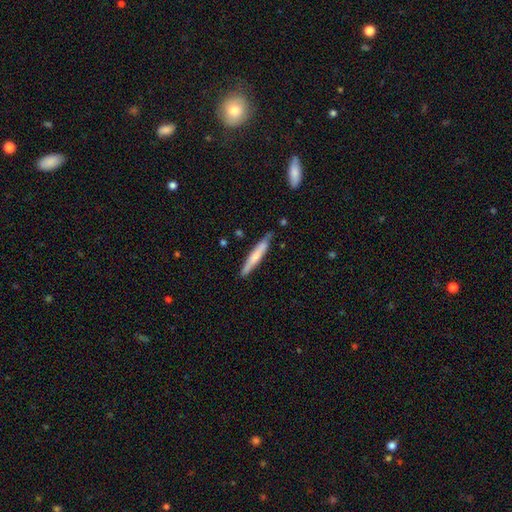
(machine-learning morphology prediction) This is likely a smooth galaxy (62%). How rounded: clearly cigar-shaped (94%). Merging: clearly none (82%).